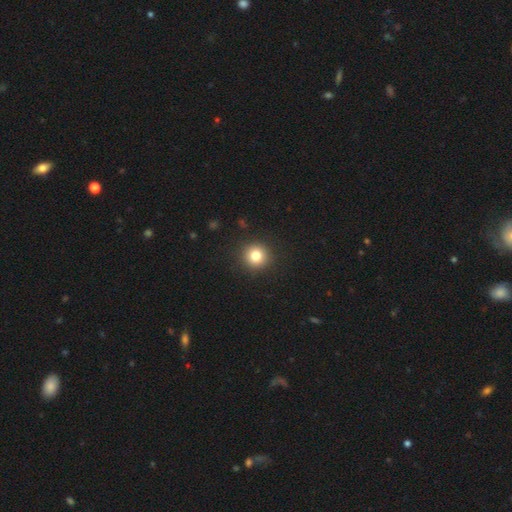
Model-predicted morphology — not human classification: A smooth galaxy with no disk features (81%) that is round (94%).

Vote fractions:
- Smooth or featured? smooth: 81% / star or artifact: 12% / featured or disk: 7%
- How rounded? round: 94% / in between: 5% / cigar-shaped: 1%
- Merging? none: 92% / minor disturbance: 5% / major disturbance: 2% / merger: 1%